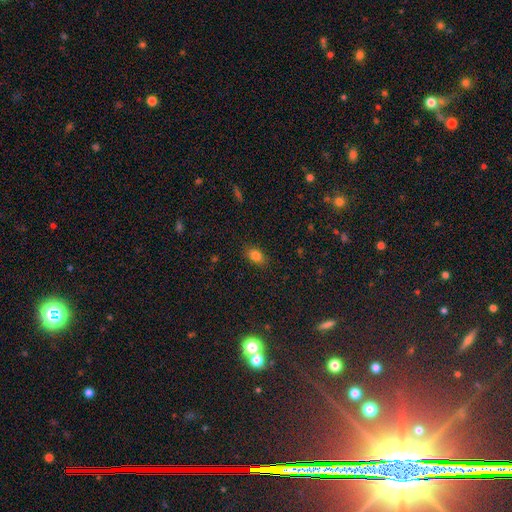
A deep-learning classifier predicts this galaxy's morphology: Smooth or featured: smooth — 82% (star or artifact — 12%)
How rounded: in between — 82% (round — 16%)
Merging: none — 85% (minor disturbance — 11%)